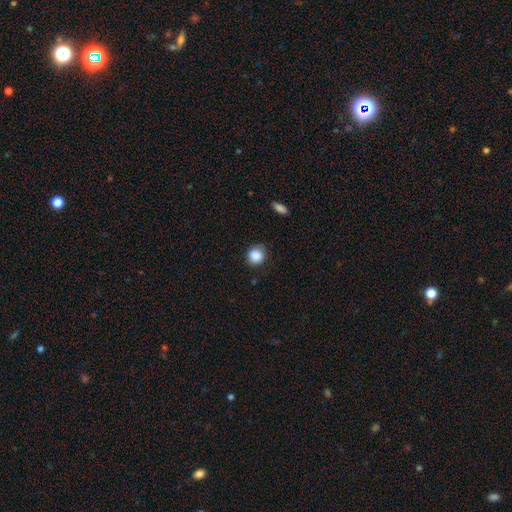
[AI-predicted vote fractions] Morphology: type=smooth (87%); roundness=round (86%); merging=none (79%).